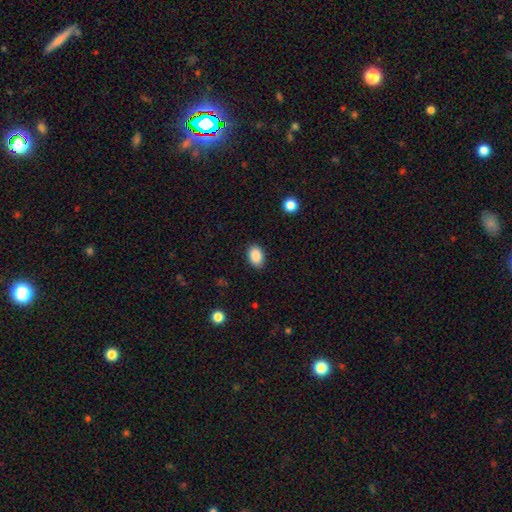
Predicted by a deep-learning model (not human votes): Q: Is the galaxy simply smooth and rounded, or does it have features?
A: smooth — 89%.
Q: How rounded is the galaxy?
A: in between — 85%.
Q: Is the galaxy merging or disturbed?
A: none — 87%.